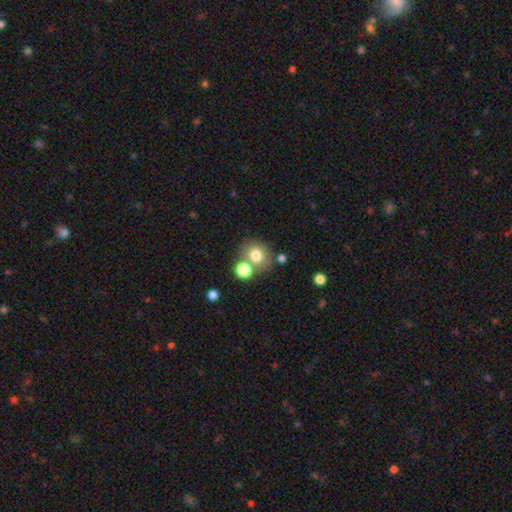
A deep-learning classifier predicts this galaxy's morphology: Q: Smooth or featured?
A: smooth (75%); runner-up: featured or disk (13%)
Q: How rounded?
A: round (76%); runner-up: in between (23%)
Q: Merging?
A: none (61%); runner-up: merger (23%)